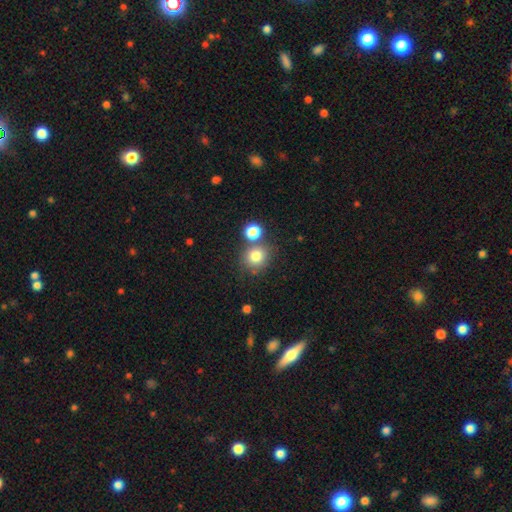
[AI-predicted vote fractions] Smooth or featured?
  - smooth: 79% *
  - star or artifact: 13%
  - featured or disk: 8%
How rounded?
  - round: 86% *
  - in between: 13%
  - cigar-shaped: 1%
Merging?
  - none: 65% *
  - merger: 21%
  - minor disturbance: 10%
  - major disturbance: 4%